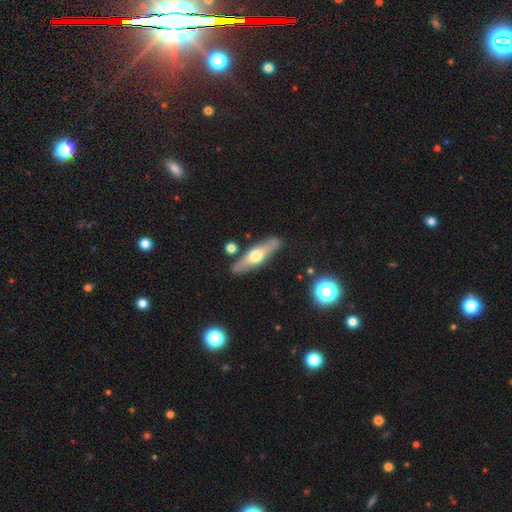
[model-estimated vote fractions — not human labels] The model was most divided on "smooth or featured": featured or disk: 56%, smooth: 38%, star or artifact: 6%. More confident: edge-on disk — yes (88%); merging — none (85%).